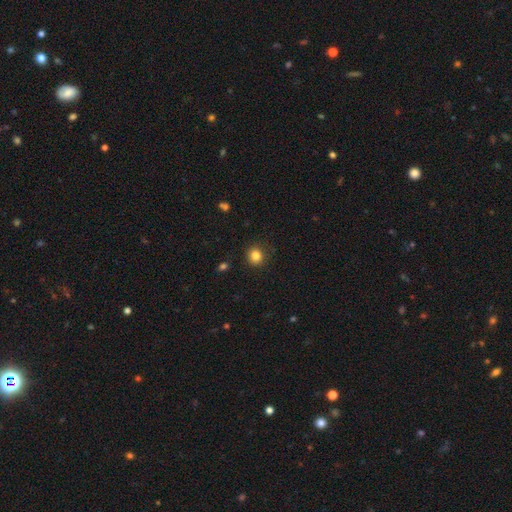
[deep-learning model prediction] Smooth or featured: smooth — 84% (star or artifact — 12%)
How rounded: round — 86% (in between — 13%)
Merging: none — 88% (minor disturbance — 8%)